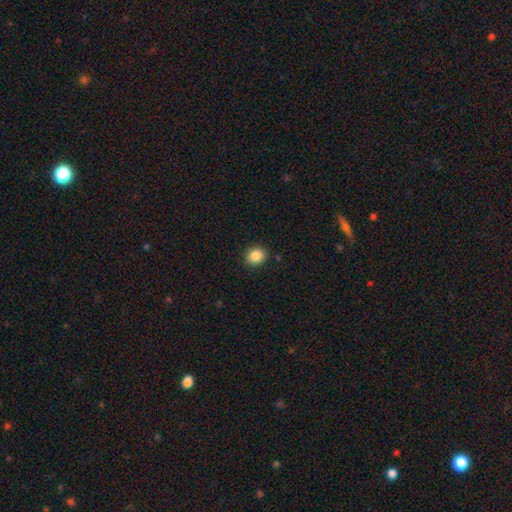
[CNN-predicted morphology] A smooth galaxy with no disk features (87%) that is round (71%). Merging: none (89%).